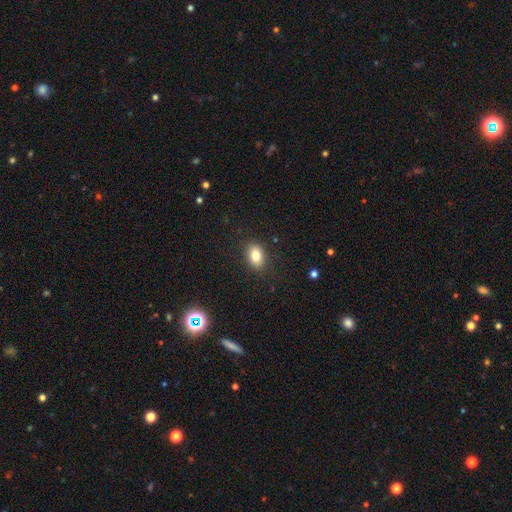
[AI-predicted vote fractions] smooth 82%, star or artifact 10%, featured or disk 8%. Down the decision tree: how rounded — in between (77%); merging — none (86%).